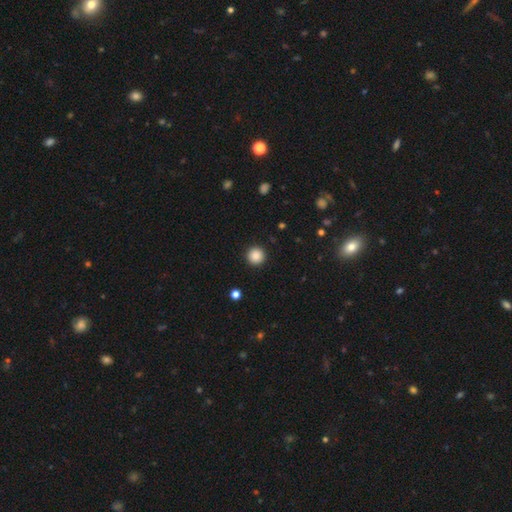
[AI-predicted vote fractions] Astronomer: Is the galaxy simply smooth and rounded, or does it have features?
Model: smooth — 87%.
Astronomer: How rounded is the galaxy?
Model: round — 96%.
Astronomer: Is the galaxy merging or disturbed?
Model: none — 93%.